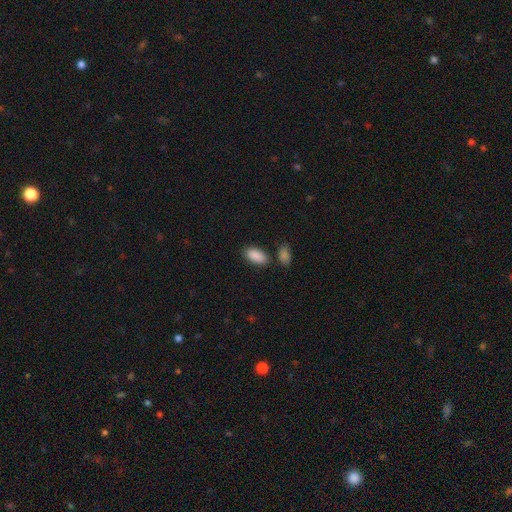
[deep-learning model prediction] A smooth galaxy with no disk features (90%) that is in between round and cigar-shaped (93%). Merging: none (78%).